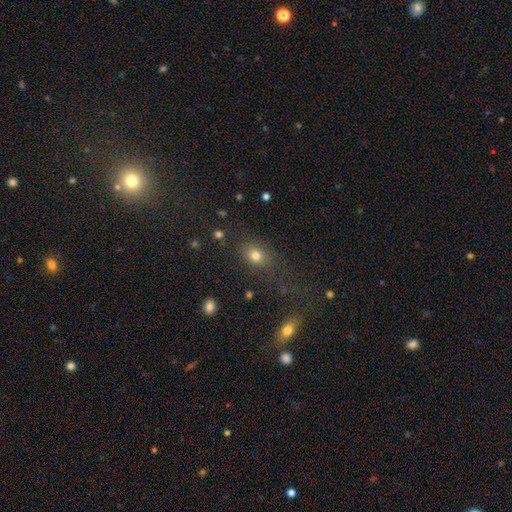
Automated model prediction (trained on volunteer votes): smooth-or-featured: smooth: 74% | star or artifact: 16% | featured or disk: 10%
  how-rounded: in between: 57% | round: 40% | cigar-shaped: 3%
  merging: none: 70% | minor disturbance: 14% | major disturbance: 10% | merger: 6%